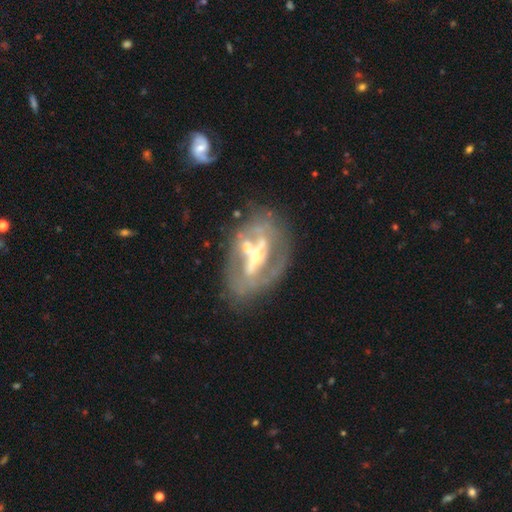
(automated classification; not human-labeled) The model was most divided on "spiral arms": yes: 52%, no: 48%. Remaining: edge-on disk — no (90%); smooth or featured — featured or disk (77%); bulge size — moderate (46%); merging — none (44%); bar — no (39%).